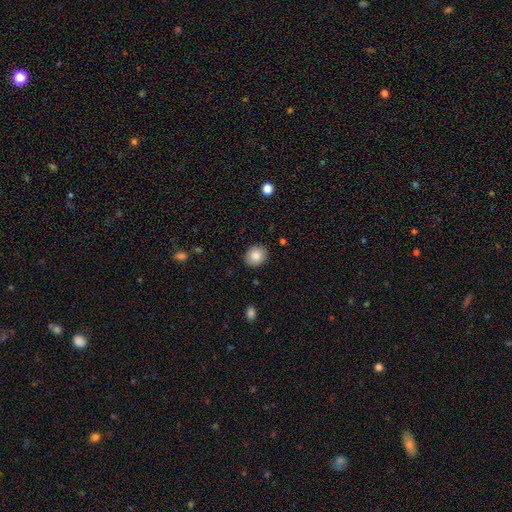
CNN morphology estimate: Q: Smooth or featured?
A: smooth (85%); runner-up: star or artifact (8%)
Q: How rounded?
A: round (71%); runner-up: in between (28%)
Q: Merging?
A: none (89%); runner-up: minor disturbance (8%)